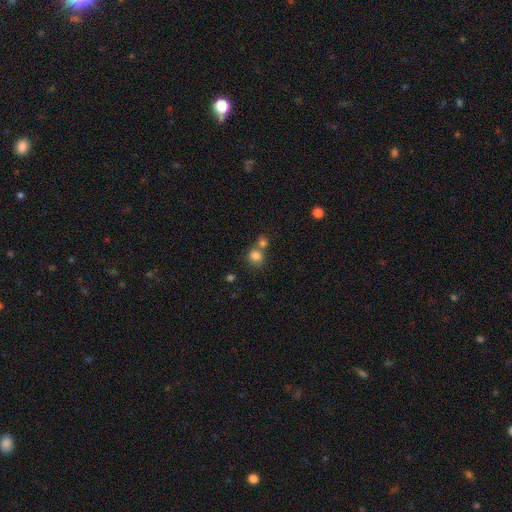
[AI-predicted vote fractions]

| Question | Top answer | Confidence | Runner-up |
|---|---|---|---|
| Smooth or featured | smooth | 81% | star or artifact (11%) |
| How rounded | round | 77% | in between (22%) |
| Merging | none | 46% | merger (41%) |